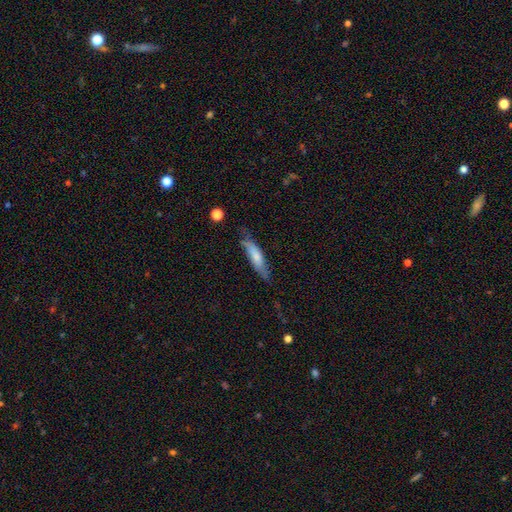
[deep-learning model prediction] Smooth or featured? smooth (63%)
How rounded? cigar-shaped (71%)
Merging? none (61%)